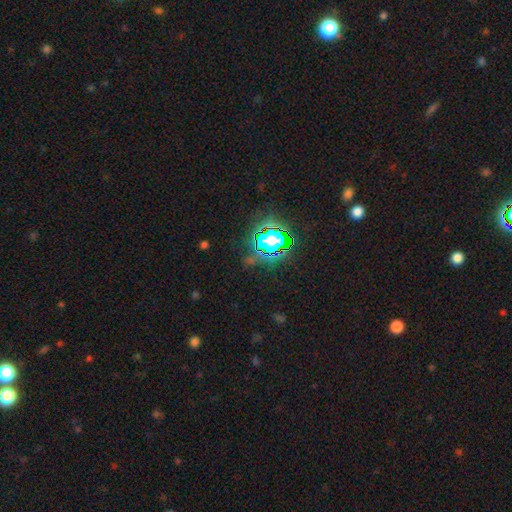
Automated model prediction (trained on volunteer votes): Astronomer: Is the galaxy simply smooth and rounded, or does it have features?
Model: star or artifact — 82%.